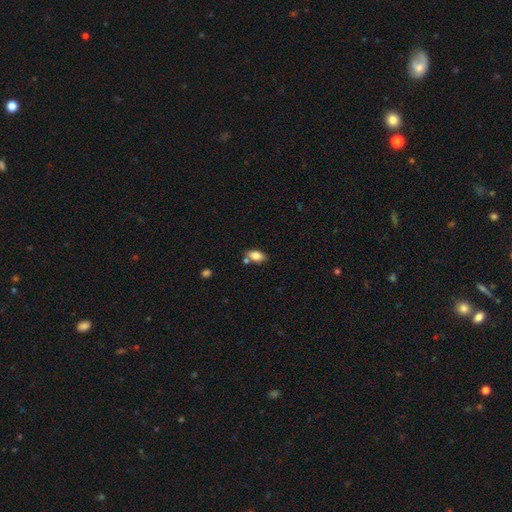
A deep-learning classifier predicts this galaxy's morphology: Smooth or featured? smooth (81%)
How rounded? in between (89%)
Merging? none (68%)